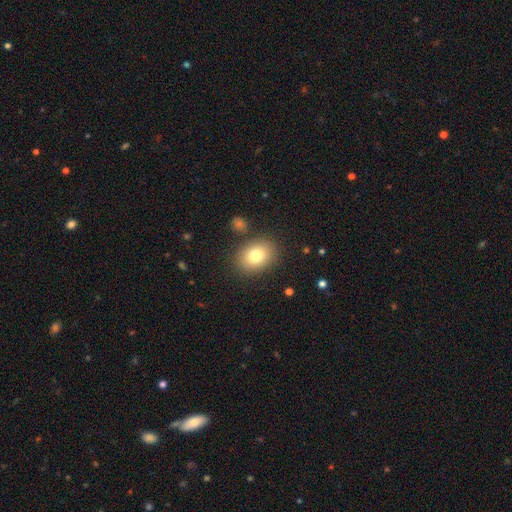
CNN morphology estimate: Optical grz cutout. It shows a smooth galaxy with no disk features (79%) that is in between round and cigar-shaped (63%). Merging: none (84%).